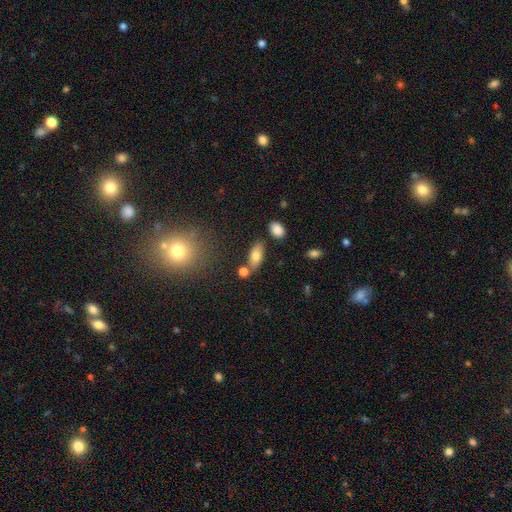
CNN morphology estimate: Smooth or featured? smooth (78%)
How rounded? in between (85%)
Merging? none (73%)